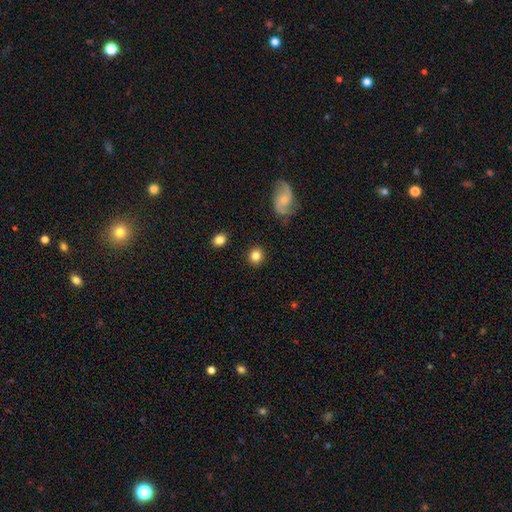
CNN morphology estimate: Smooth or featured: smooth — 83% (star or artifact — 9%)
How rounded: round — 84% (in between — 15%)
Merging: none — 89% (minor disturbance — 7%)